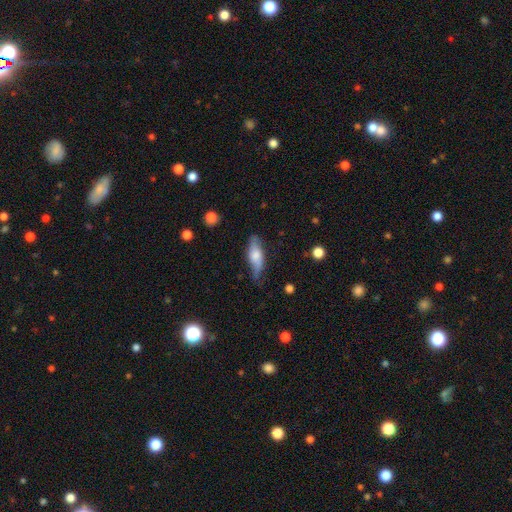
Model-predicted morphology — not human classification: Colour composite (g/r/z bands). It shows a smooth galaxy with no disk features (62%) that is in between round and cigar-shaped (61%). Merging: none (68%).